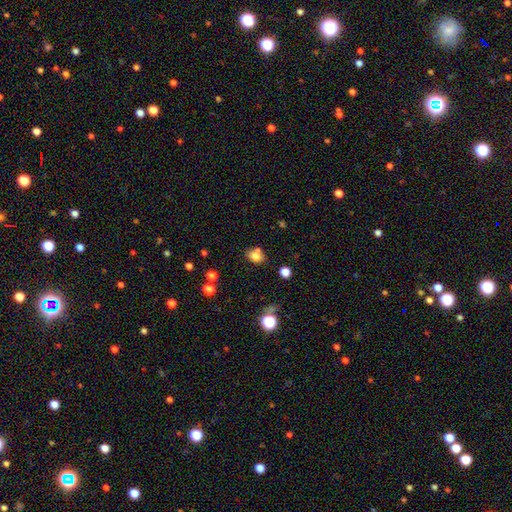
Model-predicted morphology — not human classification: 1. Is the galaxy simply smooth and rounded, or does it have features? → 78% smooth, 13% star or artifact, 10% featured or disk.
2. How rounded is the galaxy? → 59% in between, 40% round, 1% cigar-shaped.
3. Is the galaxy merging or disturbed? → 61% none, 20% merger, 15% minor disturbance, 4% major disturbance.